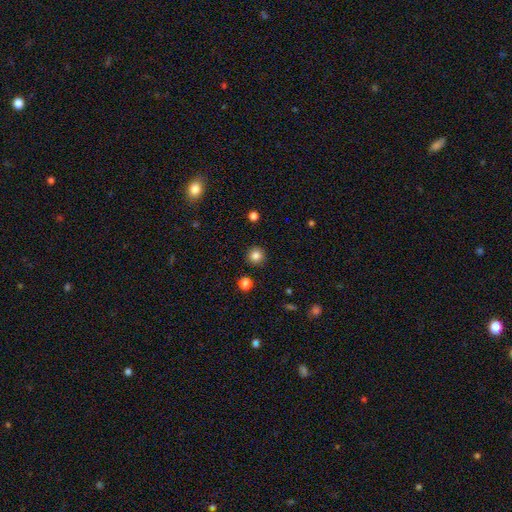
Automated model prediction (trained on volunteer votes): smooth-or-featured: smooth: 84% | star or artifact: 11% | featured or disk: 5%
  how-rounded: round: 94% | in between: 5% | cigar-shaped: 1%
  merging: none: 92% | minor disturbance: 5% | major disturbance: 2% | merger: 1%